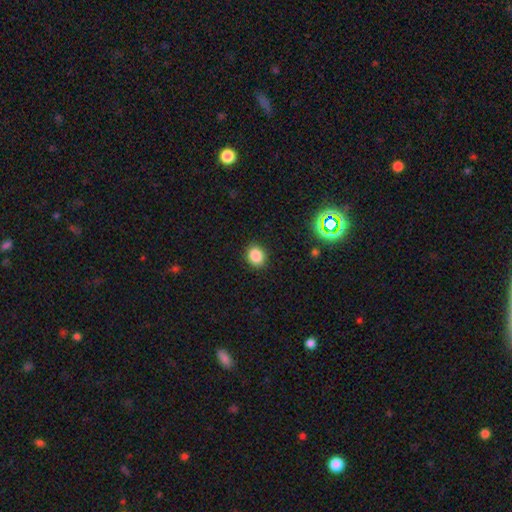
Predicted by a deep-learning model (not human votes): Morphology: type=smooth (86%); roundness=round (63%); merging=none (89%).